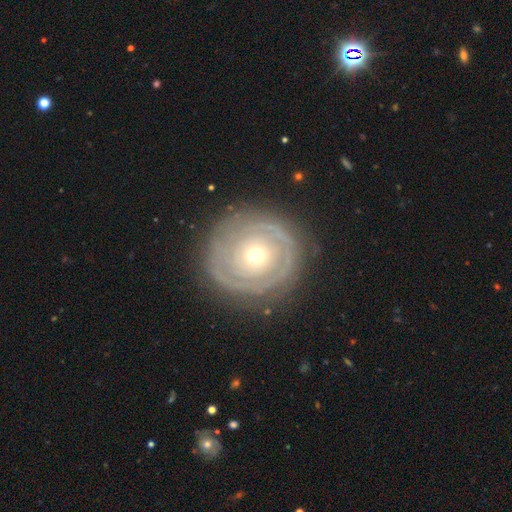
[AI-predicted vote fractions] A featured or disk galaxy (79%) with no bar (85%), tight (81%) spiral arms (80%) and a moderate central bulge (51%). Merging: none (81%).